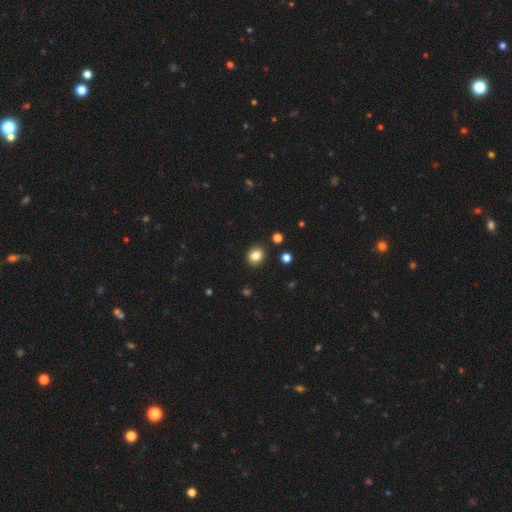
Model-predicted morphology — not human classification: smooth-or-featured: smooth: 84% | star or artifact: 11% | featured or disk: 6%
  how-rounded: round: 62% | in between: 37% | cigar-shaped: 1%
  merging: none: 89% | minor disturbance: 7% | major disturbance: 2% | merger: 2%